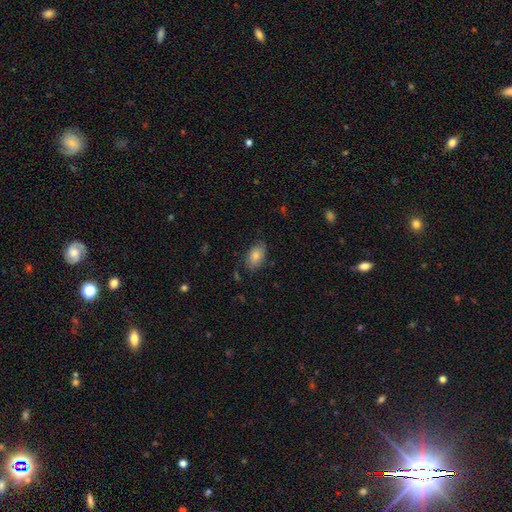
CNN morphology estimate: Smooth or featured? Predicted: smooth (p=0.80). How rounded? Predicted: in between (p=0.91). Merging? Predicted: none (p=0.77).